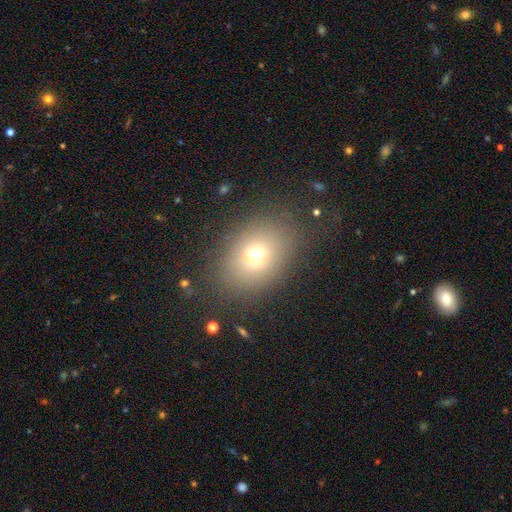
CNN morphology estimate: smooth-or-featured: smooth: 69% | star or artifact: 16% | featured or disk: 15%
  how-rounded: in between: 65% | round: 34% | cigar-shaped: 1%
  merging: none: 81% | minor disturbance: 11% | major disturbance: 6% | merger: 2%